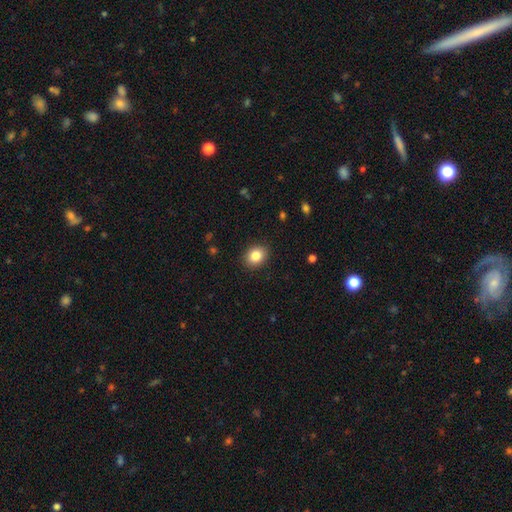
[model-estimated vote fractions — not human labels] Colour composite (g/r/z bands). It shows a smooth galaxy with no disk features (85%) that is round (52%). Merging: none (89%).